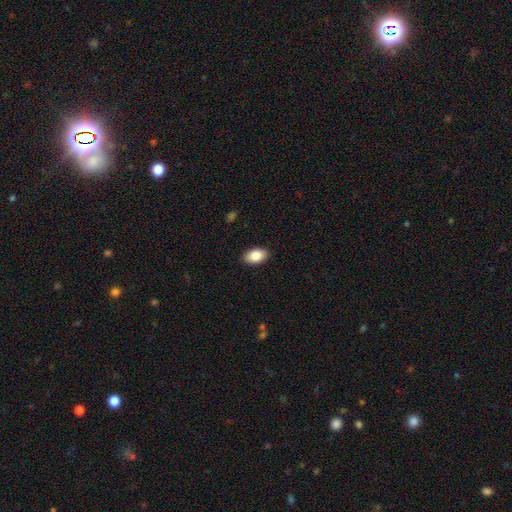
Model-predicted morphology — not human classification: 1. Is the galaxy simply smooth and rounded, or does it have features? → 85% smooth, 8% featured or disk, 7% star or artifact.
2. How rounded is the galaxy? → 92% in between, 6% round, 2% cigar-shaped.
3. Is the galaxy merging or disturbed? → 90% none, 7% minor disturbance, 2% major disturbance, 1% merger.